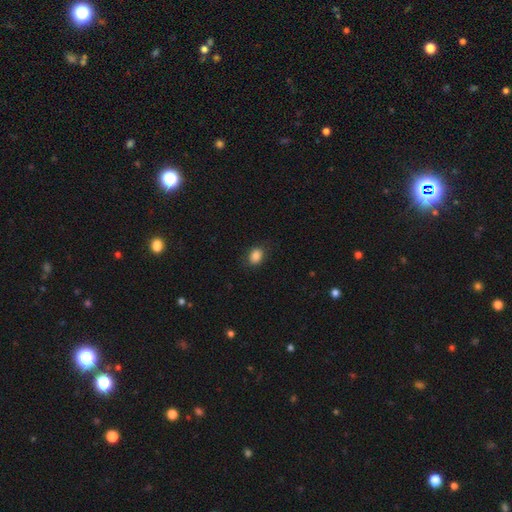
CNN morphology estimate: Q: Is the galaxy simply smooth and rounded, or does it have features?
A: smooth — 87%.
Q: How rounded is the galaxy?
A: in between — 65%.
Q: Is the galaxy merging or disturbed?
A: none — 83%.